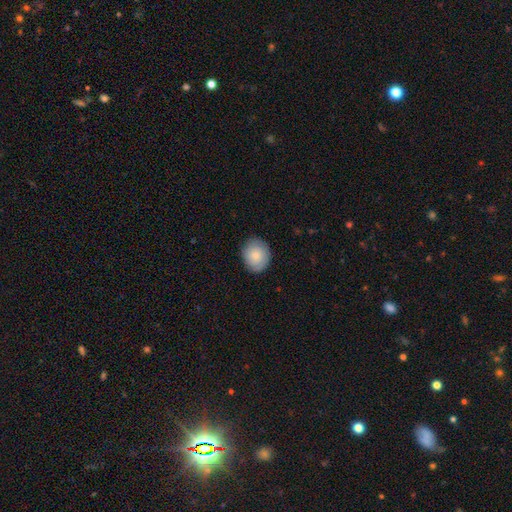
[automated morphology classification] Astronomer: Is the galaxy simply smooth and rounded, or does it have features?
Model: smooth — 77%.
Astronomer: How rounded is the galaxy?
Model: round — 66%.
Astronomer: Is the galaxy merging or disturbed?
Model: none — 82%.